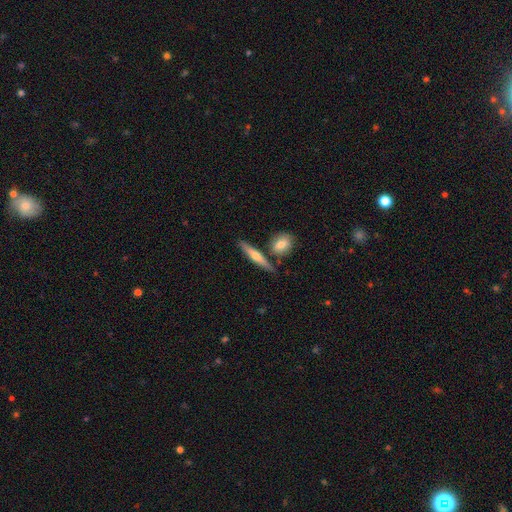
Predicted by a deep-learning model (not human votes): A featured or disk galaxy (48%). Merging: none (74%).